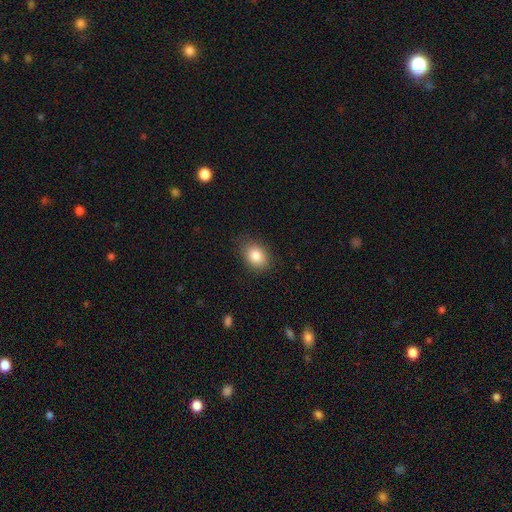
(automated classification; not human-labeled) This is clearly a smooth galaxy (84%). How rounded: likely in between (71%). Merging: clearly none (81%).